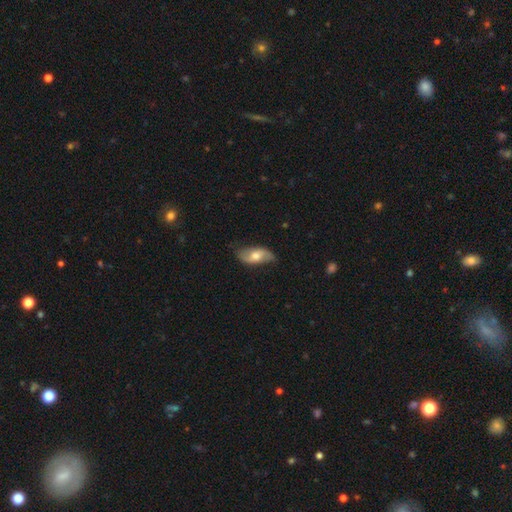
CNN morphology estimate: A featured or disk galaxy (48%).

Vote fractions:
- Smooth or featured? featured or disk: 48% / smooth: 46% / star or artifact: 6%
- Merging? none: 72% / minor disturbance: 22% / major disturbance: 5% / merger: 1%